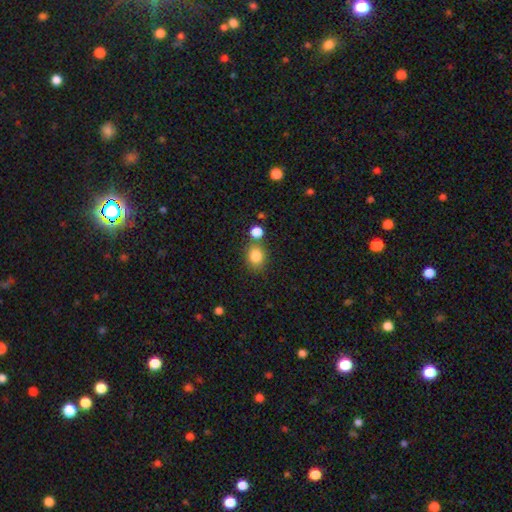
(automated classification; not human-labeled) This appears to be a smooth galaxy with no disk features (83%) that is round (63%). Merging: none (69%).